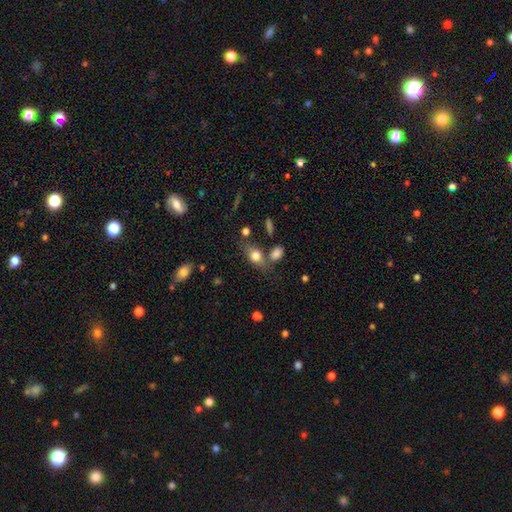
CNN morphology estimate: Smooth or featured: smooth — 74% (featured or disk — 17%)
How rounded: in between — 75% (round — 18%)
Merging: none — 60% (merger — 17%)